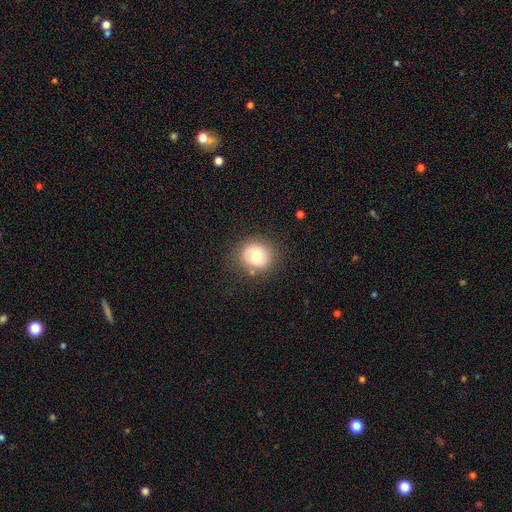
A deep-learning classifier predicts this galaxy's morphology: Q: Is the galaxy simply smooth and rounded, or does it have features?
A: smooth — 71%.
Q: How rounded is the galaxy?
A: round — 82%.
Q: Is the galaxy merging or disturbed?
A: none — 80%.